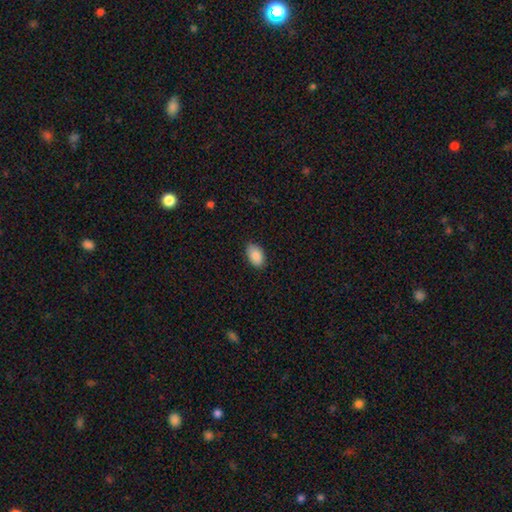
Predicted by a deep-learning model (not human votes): Smooth or featured: smooth — 89% (star or artifact — 7%)
How rounded: in between — 92% (round — 6%)
Merging: none — 85% (minor disturbance — 12%)